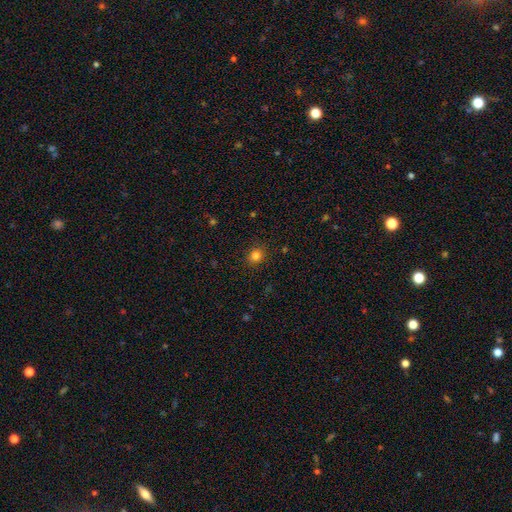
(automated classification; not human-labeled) Smooth or featured? smooth (82%)
How rounded? round (80%)
Merging? none (89%)